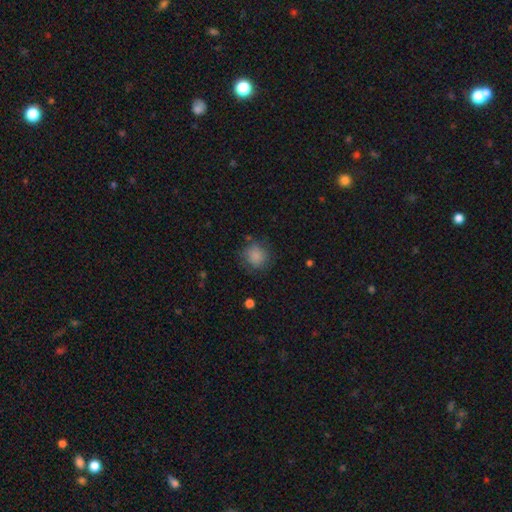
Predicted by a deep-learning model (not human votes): A smooth galaxy with no disk features (85%) that is round (88%). Merging: none (78%).